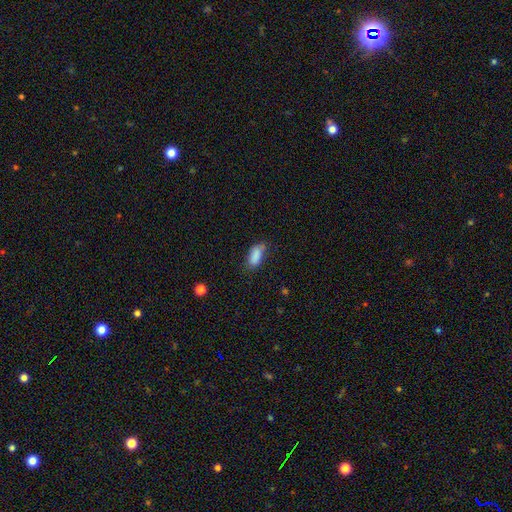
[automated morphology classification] A smooth galaxy with no disk features (85%) that is in between round and cigar-shaped (85%). Merging: none (60%).